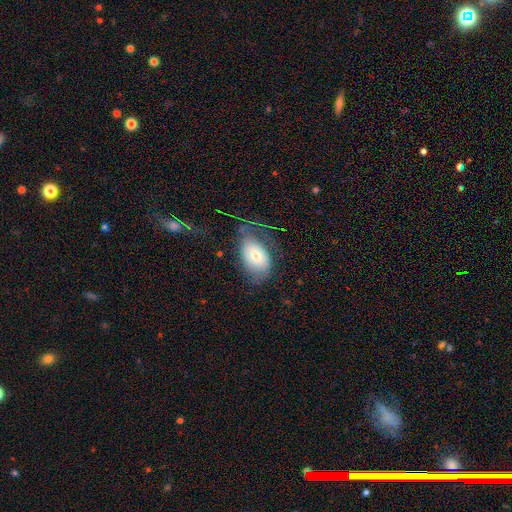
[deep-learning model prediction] smooth 56%, featured or disk 36%, star or artifact 8%. Down the decision tree: how rounded — in between (90%); merging — none (37%, tied with major disturbance).